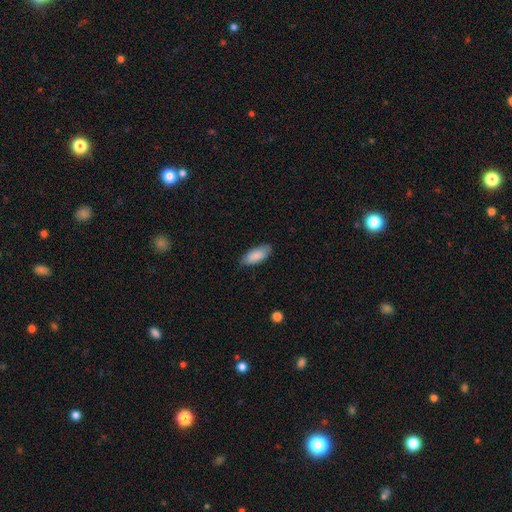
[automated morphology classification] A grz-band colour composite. It shows a smooth galaxy with no disk features (87%) that is in between round and cigar-shaped (81%). Merging: none (81%).